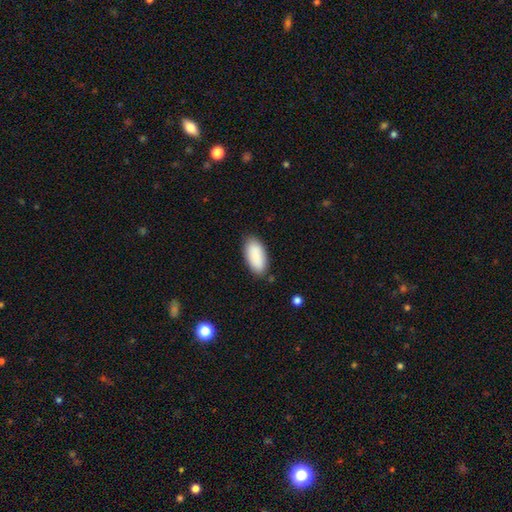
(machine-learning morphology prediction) A smooth galaxy with no disk features (89%) that is in between round and cigar-shaped (91%).

Vote fractions:
- Smooth or featured? smooth: 89% / star or artifact: 6% / featured or disk: 5%
- How rounded? in between: 91% / cigar-shaped: 7% / round: 2%
- Merging? none: 84% / minor disturbance: 12% / major disturbance: 2% / merger: 2%